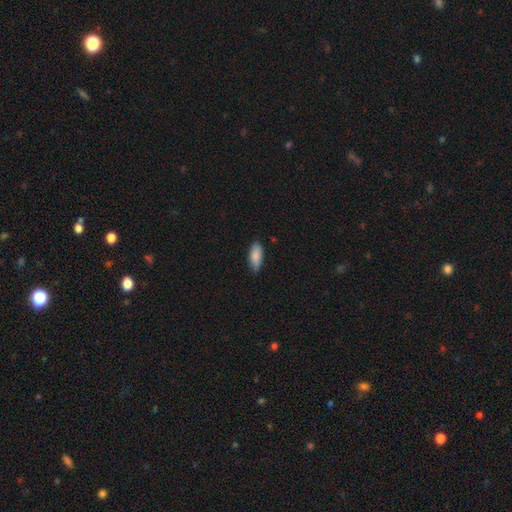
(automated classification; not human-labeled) Smooth or featured?
  - smooth: 88% *
  - featured or disk: 6%
  - star or artifact: 6%
How rounded?
  - in between: 82% *
  - cigar-shaped: 16%
  - round: 2%
Merging?
  - none: 81% *
  - minor disturbance: 16%
  - major disturbance: 2%
  - merger: 1%